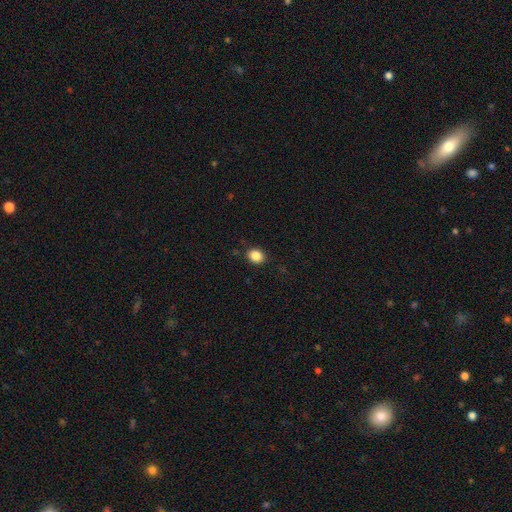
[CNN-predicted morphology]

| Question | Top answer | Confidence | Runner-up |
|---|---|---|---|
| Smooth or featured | smooth | 86% | star or artifact (10%) |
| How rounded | round | 58% | in between (41%) |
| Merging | none | 86% | minor disturbance (10%) |